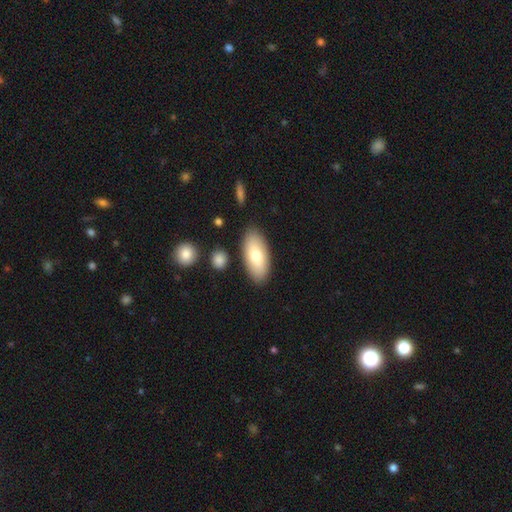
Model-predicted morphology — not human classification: This appears to be a smooth galaxy with no disk features (74%) that is in between round and cigar-shaped (89%). Merging: none (85%).